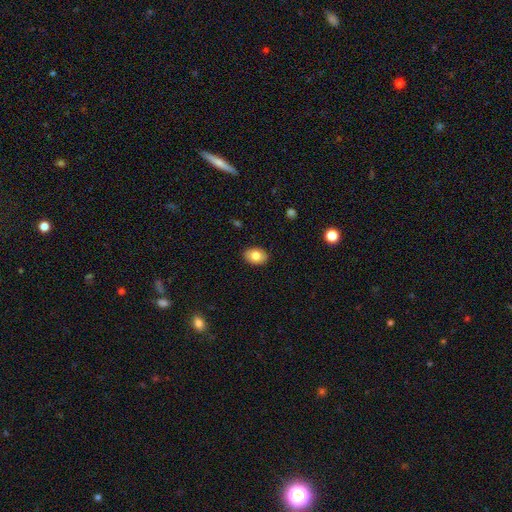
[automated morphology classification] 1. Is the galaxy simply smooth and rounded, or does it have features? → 83% smooth, 9% featured or disk, 8% star or artifact.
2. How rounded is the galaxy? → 80% in between, 19% round, 1% cigar-shaped.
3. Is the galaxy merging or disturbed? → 89% none, 8% minor disturbance, 2% major disturbance, 1% merger.